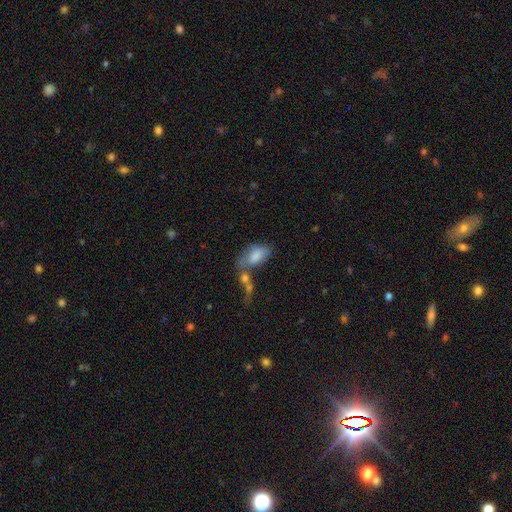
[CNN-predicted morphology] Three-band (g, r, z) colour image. It shows a smooth galaxy with no disk features (76%) that is in between round and cigar-shaped (92%). Merging: merger (39%).